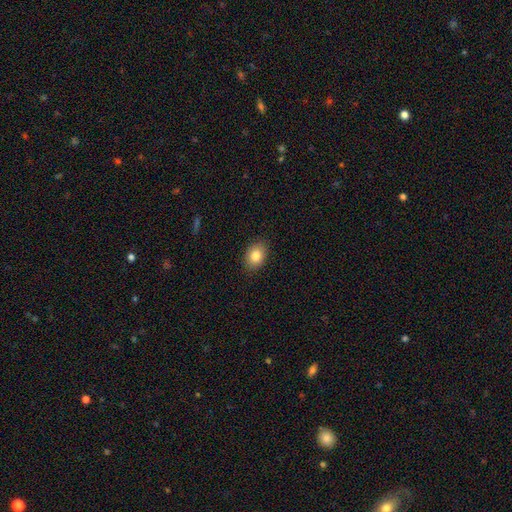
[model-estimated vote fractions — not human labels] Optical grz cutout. It shows a smooth galaxy with no disk features (84%) that is in between round and cigar-shaped (72%). Merging: none (87%).